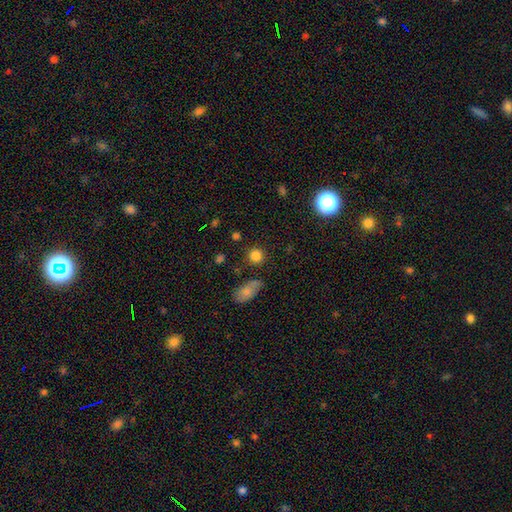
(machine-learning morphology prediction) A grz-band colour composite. It shows a smooth galaxy with no disk features (82%) that is round (89%). Merging: none (83%).